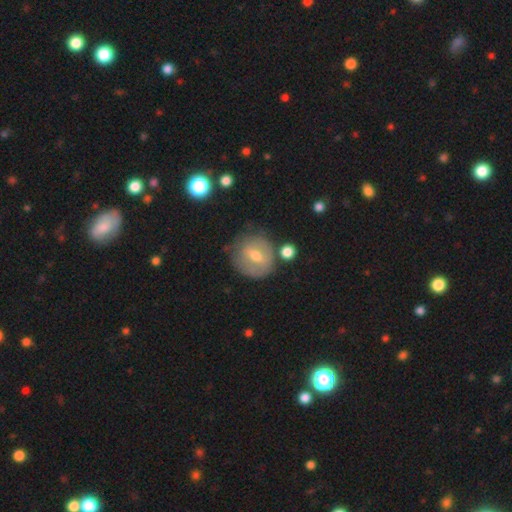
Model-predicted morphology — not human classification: A featured or disk galaxy (46%, tied with smooth).

Vote fractions:
- Smooth or featured? featured or disk: 46% (tied) / smooth: 46% (tied) / star or artifact: 8%
- Merging? none: 68% / minor disturbance: 20% / major disturbance: 7% / merger: 5%